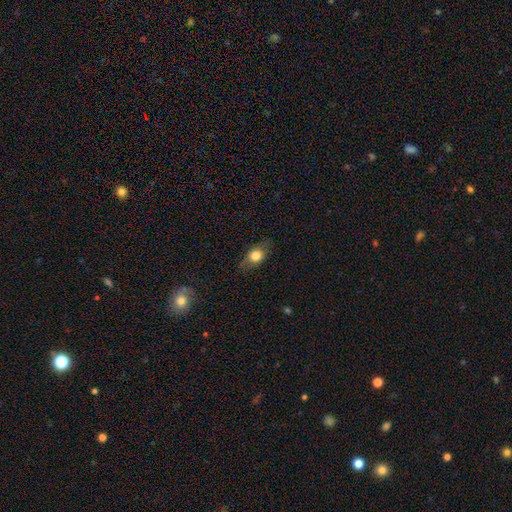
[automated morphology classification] Smooth or featured? smooth (70%)
How rounded? in between (64%)
Merging? none (74%)